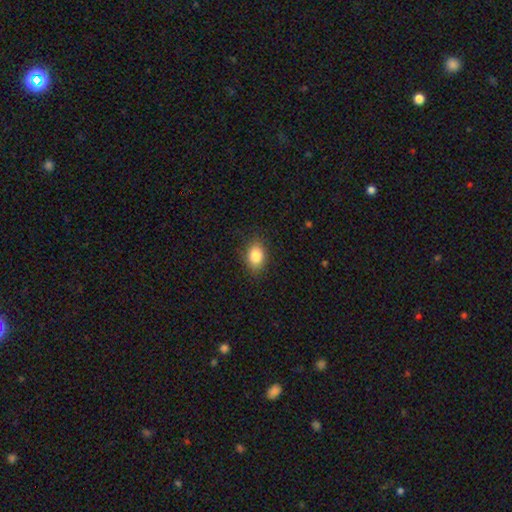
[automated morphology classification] A smooth galaxy with no disk features (84%) that is in between round and cigar-shaped (75%).

Vote fractions:
- Smooth or featured? smooth: 84% / star or artifact: 9% / featured or disk: 7%
- How rounded? in between: 75% / round: 23% / cigar-shaped: 1%
- Merging? none: 85% / minor disturbance: 12% / major disturbance: 3% / merger: 1%